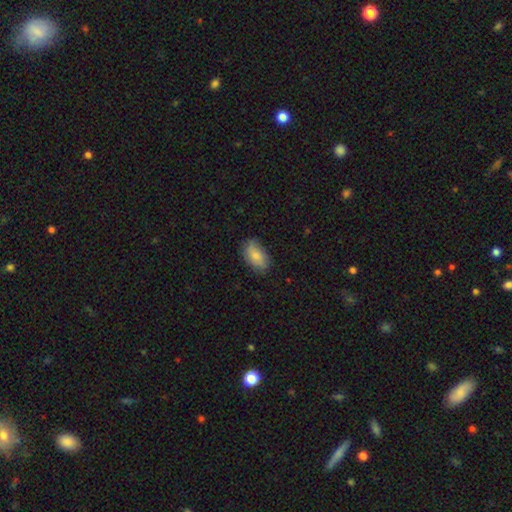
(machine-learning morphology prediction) A smooth galaxy with no disk features (82%) that is in between round and cigar-shaped (92%).

Vote fractions:
- Smooth or featured? smooth: 82% / featured or disk: 11% / star or artifact: 7%
- How rounded? in between: 92% / round: 5% / cigar-shaped: 3%
- Merging? none: 73% / minor disturbance: 22% / major disturbance: 4% / merger: 1%